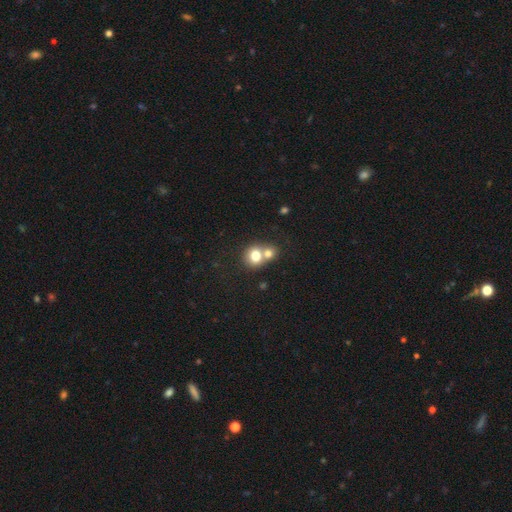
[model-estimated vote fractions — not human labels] smooth 75%, featured or disk 15%, star or artifact 10%. Down the decision tree: how rounded — round (74%); merging — merger (58%).